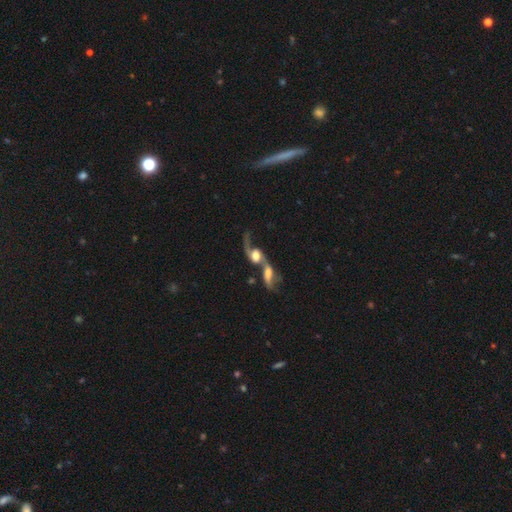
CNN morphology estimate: Smooth or featured: featured or disk — 69% (smooth — 22%)
Edge-on disk: no — 90% (yes — 10%)
Bar: no — 63% (weak — 27%)
Spiral arms: yes — 83% (no — 17%)
Spiral winding: loose — 82% (medium — 14%)
Spiral arm count: 2 — 70% (1 — 21%)
Bulge size: large — 39% (moderate — 37%)
Merging: merger — 78% (none — 10%)